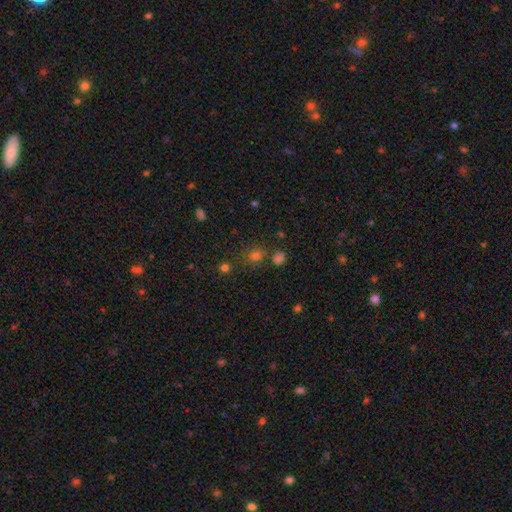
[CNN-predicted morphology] A smooth galaxy with no disk features (61%) that is round (74%).

Vote fractions:
- Smooth or featured? smooth: 61% / star or artifact: 32% / featured or disk: 7%
- How rounded? round: 74% / in between: 25% / cigar-shaped: 1%
- Merging? none: 74% / merger: 12% / minor disturbance: 9% / major disturbance: 4%